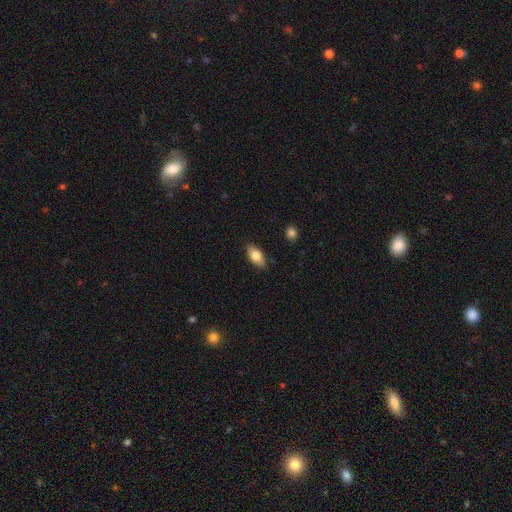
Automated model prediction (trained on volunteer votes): Smooth or featured? Predicted: smooth (p=0.78). How rounded? Predicted: in between (p=0.89). Merging? Predicted: none (p=0.87).